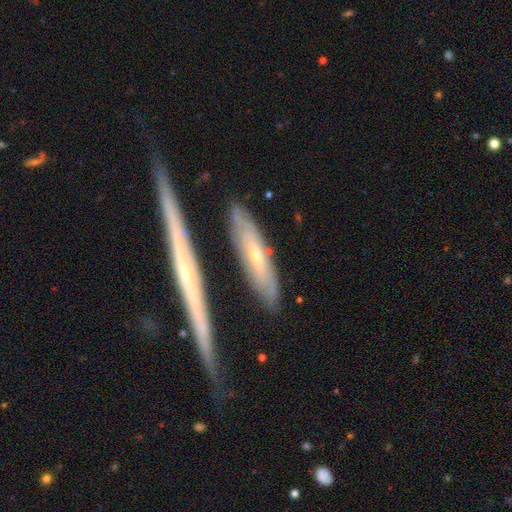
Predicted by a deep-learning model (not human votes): This appears to be a featured or disk galaxy (59%) viewed edge-on (61%). Merging: none (73%).